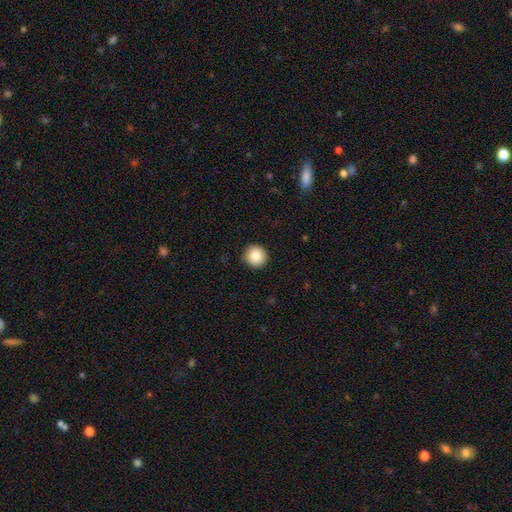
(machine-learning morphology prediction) This is clearly a smooth galaxy (84%). How rounded: clearly round (95%). Merging: clearly none (90%).